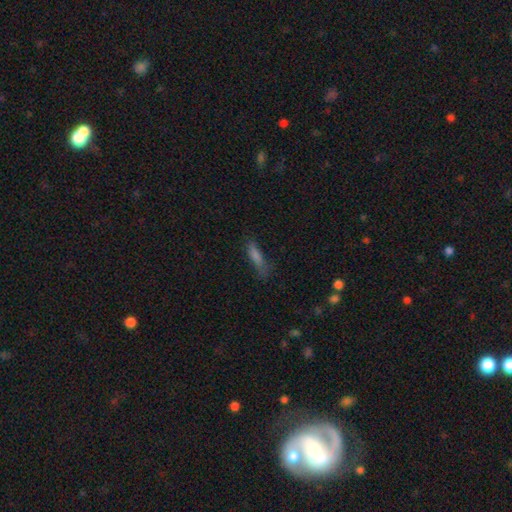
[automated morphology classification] Smooth or featured: smooth — 68% (featured or disk — 17%)
How rounded: cigar-shaped — 72% (in between — 26%)
Merging: none — 63% (minor disturbance — 24%)